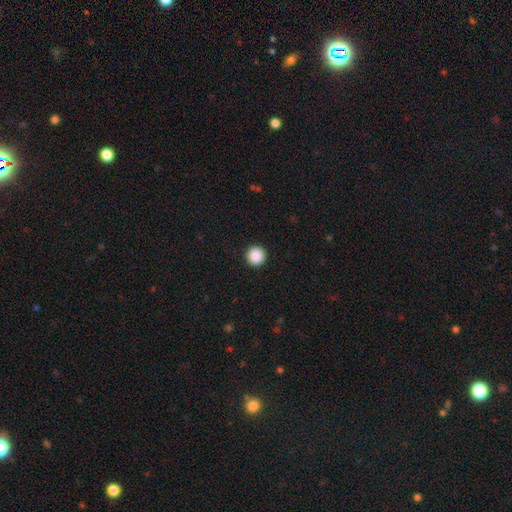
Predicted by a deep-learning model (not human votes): Smooth or featured? smooth (89%)
How rounded? round (96%)
Merging? none (94%)